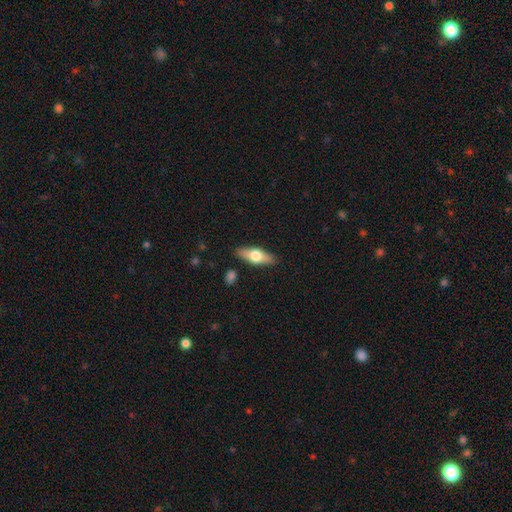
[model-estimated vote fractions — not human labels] This appears to be a smooth galaxy with no disk features (53%) that is in between round and cigar-shaped (62%). Merging: none (87%).